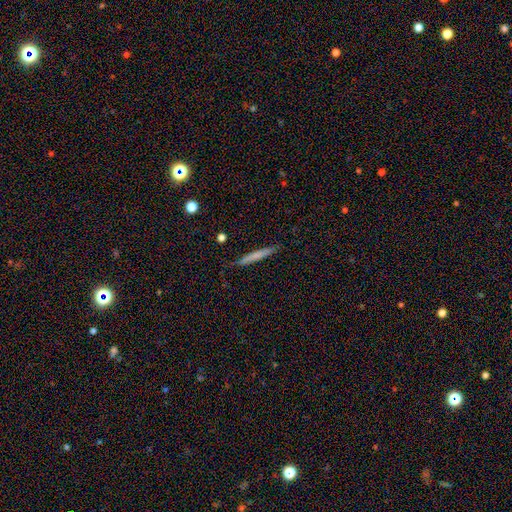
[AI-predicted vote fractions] Q: Smooth or featured?
A: smooth (65%); runner-up: featured or disk (28%)
Q: How rounded?
A: cigar-shaped (95%); runner-up: in between (3%)
Q: Merging?
A: none (85%); runner-up: minor disturbance (12%)